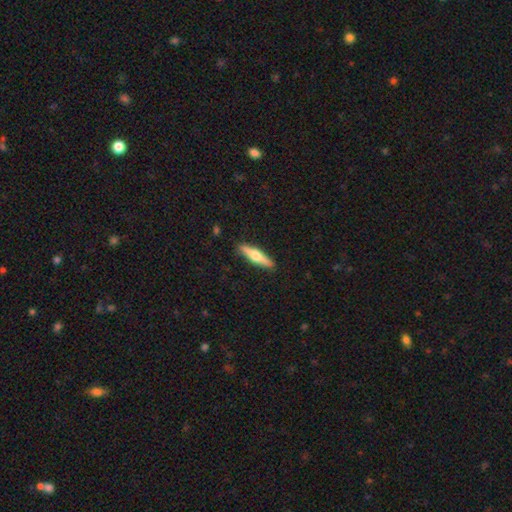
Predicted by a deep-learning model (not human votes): smooth_or_featured: featured or disk (p=0.50) [alt: smooth p=0.45]
merging: none (p=0.90) [alt: minor disturbance p=0.07]